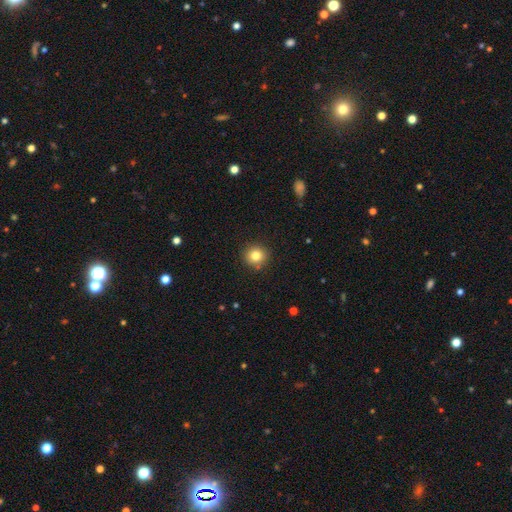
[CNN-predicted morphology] This appears to be a smooth galaxy with no disk features (81%) that is round (92%). Merging: none (90%).